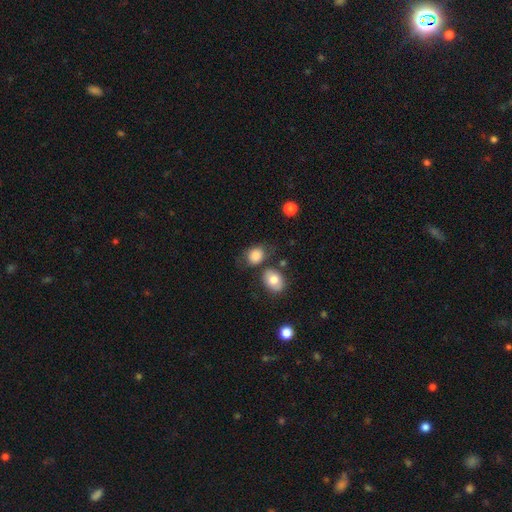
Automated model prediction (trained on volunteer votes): Smooth or featured?
  - smooth: 84% *
  - star or artifact: 8%
  - featured or disk: 8%
How rounded?
  - in between: 51% *
  - round: 47%
  - cigar-shaped: 1%
Merging?
  - none: 59% *
  - minor disturbance: 20%
  - merger: 14%
  - major disturbance: 8%